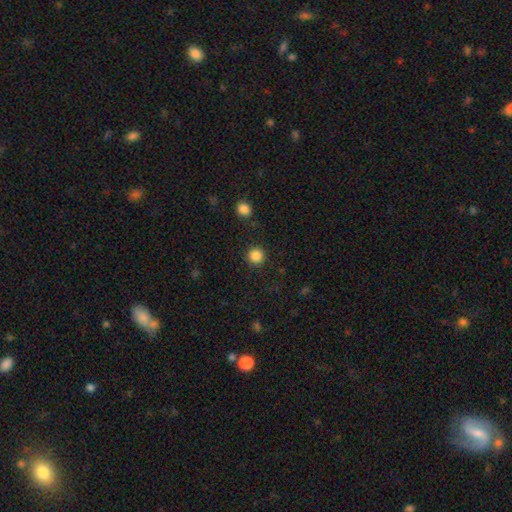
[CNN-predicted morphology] smooth_or_featured: smooth (p=0.86) [alt: star or artifact p=0.11]
how_rounded: round (p=0.95) [alt: in between p=0.04]
merging: none (p=0.90) [alt: minor disturbance p=0.06]